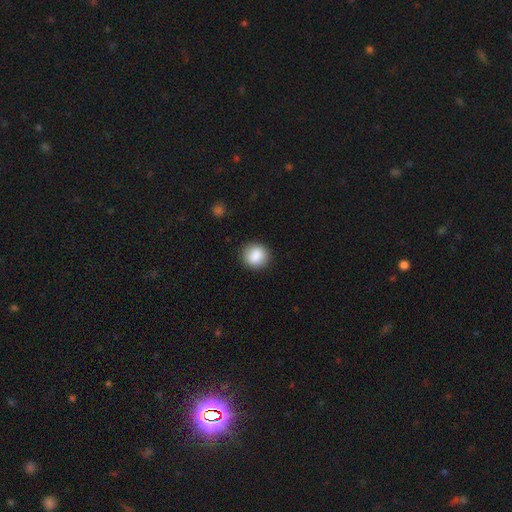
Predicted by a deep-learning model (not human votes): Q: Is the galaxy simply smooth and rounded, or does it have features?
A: smooth — 87%.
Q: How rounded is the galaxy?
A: round — 86%.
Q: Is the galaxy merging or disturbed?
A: none — 89%.